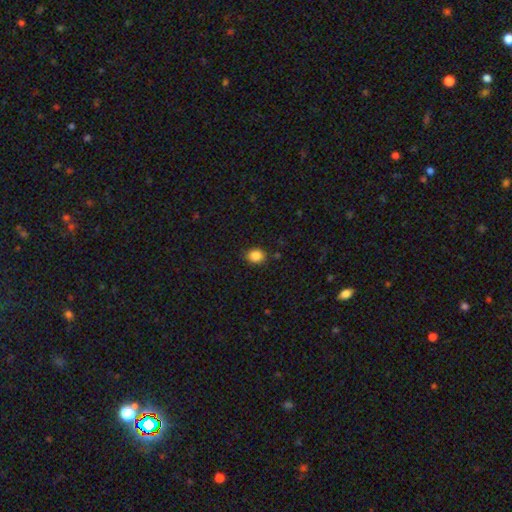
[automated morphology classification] A smooth galaxy with no disk features (86%) that is round (52%).

Vote fractions:
- Smooth or featured? smooth: 86% / star or artifact: 10% / featured or disk: 4%
- How rounded? round: 52% / in between: 47% / cigar-shaped: 1%
- Merging? none: 86% / minor disturbance: 10% / major disturbance: 3% / merger: 2%